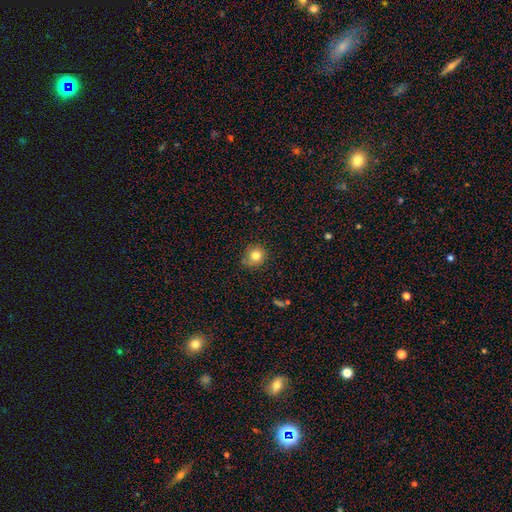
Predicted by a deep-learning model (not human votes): This is likely a smooth galaxy (79%). How rounded: clearly round (89%). Merging: likely none (78%).